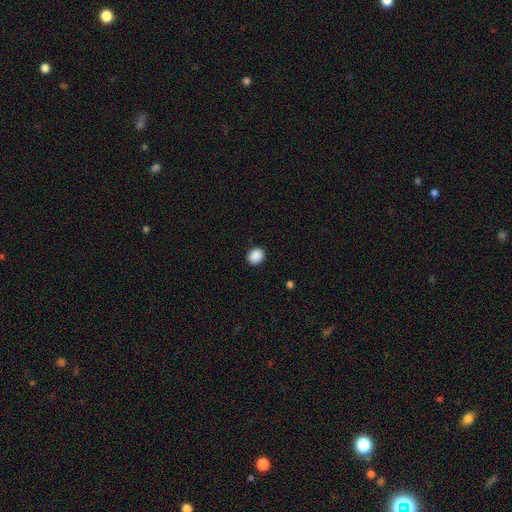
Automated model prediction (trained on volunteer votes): Smooth or featured: smooth — 90% (star or artifact — 8%)
How rounded: round — 65% (in between — 34%)
Merging: none — 90% (minor disturbance — 7%)